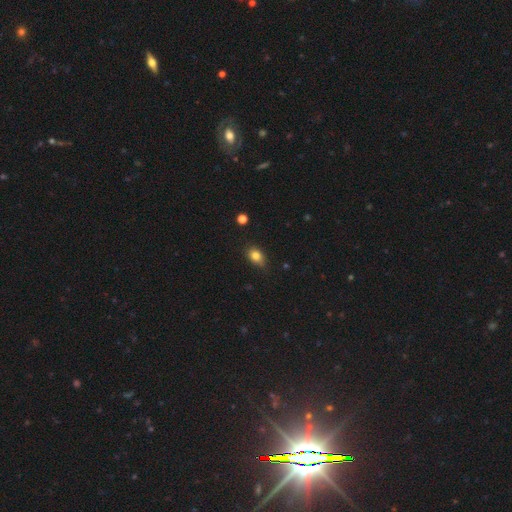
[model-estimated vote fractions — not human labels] Overall: smooth (81%). How rounded: in between (70%). Merging: none (69%).